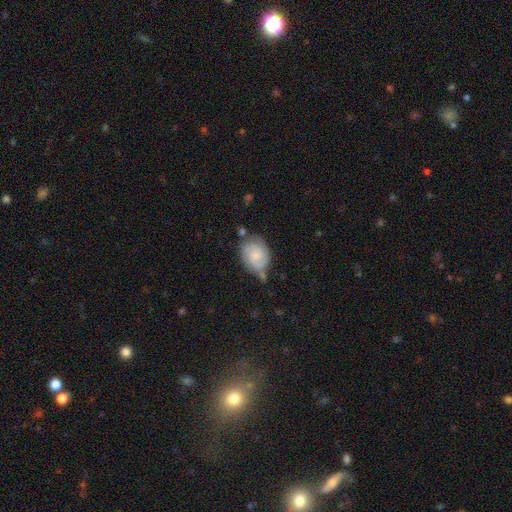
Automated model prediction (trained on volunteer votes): featured or disk 61%, smooth 32%, star or artifact 7%. Down the decision tree: edge-on disk — no (97%); bar — no (65%); spiral arms — yes (93%); spiral arm count — 2 (65%); spiral winding — tight (56%); bulge size — small (47%); merging — none (55%).